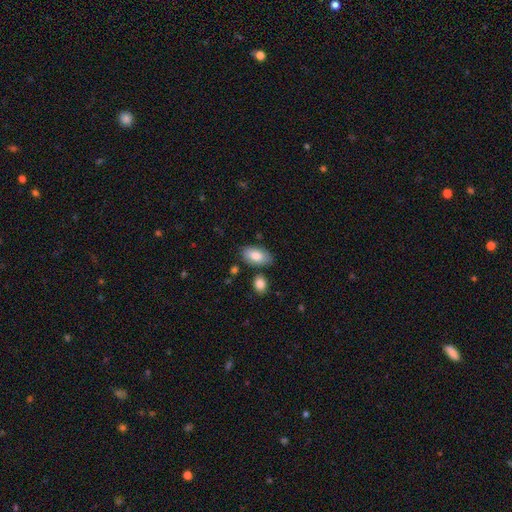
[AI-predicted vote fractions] Q: Smooth or featured?
A: smooth (80%); runner-up: featured or disk (14%)
Q: How rounded?
A: in between (94%); runner-up: round (4%)
Q: Merging?
A: none (72%); runner-up: minor disturbance (18%)